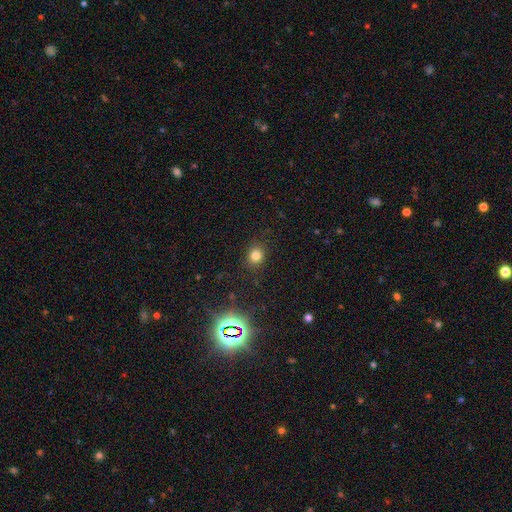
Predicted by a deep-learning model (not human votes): The model was most divided on "how rounded": round: 72%, in between: 27%, cigar-shaped: 1%. More confident: merging — none (86%); smooth or featured — smooth (78%).